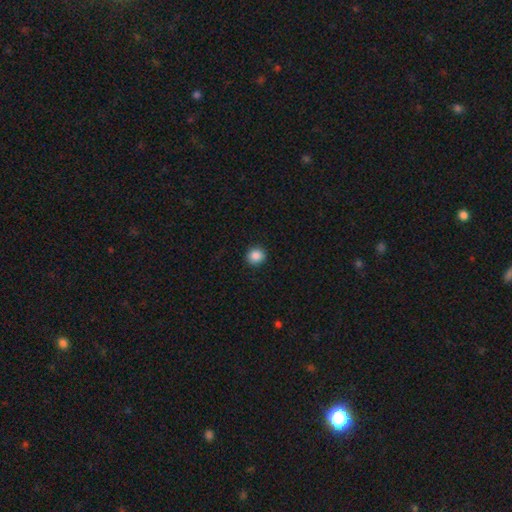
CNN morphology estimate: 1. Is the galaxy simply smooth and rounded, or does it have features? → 88% smooth, 9% star or artifact, 3% featured or disk.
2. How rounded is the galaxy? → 89% round, 10% in between, 1% cigar-shaped.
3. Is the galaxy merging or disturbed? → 91% none, 6% minor disturbance, 2% major disturbance, 1% merger.